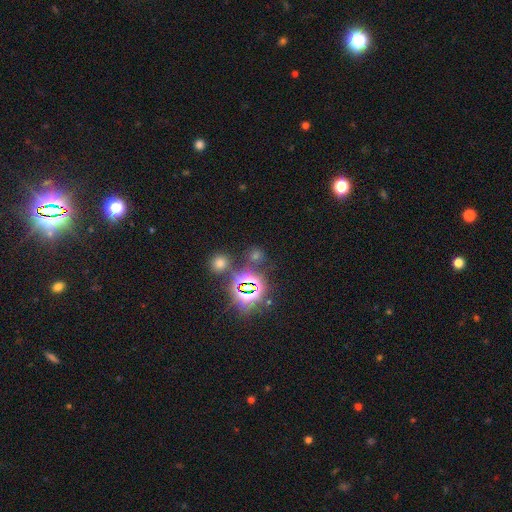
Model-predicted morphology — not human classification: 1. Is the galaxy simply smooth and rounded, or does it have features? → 59% star or artifact, 34% smooth, 7% featured or disk.